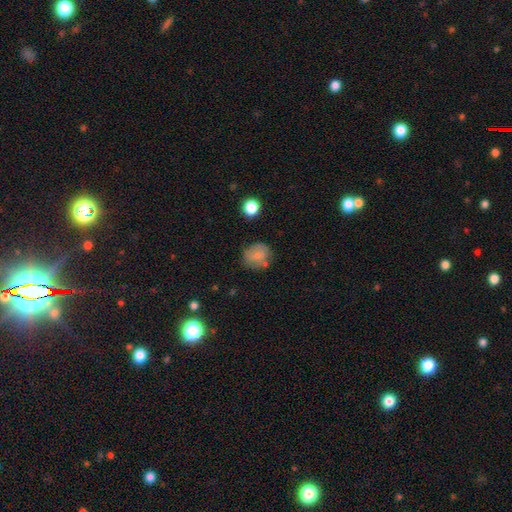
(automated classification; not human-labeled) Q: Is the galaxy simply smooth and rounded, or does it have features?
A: smooth — 65%.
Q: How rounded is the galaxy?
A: round — 68%.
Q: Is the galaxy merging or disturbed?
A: none — 66%.